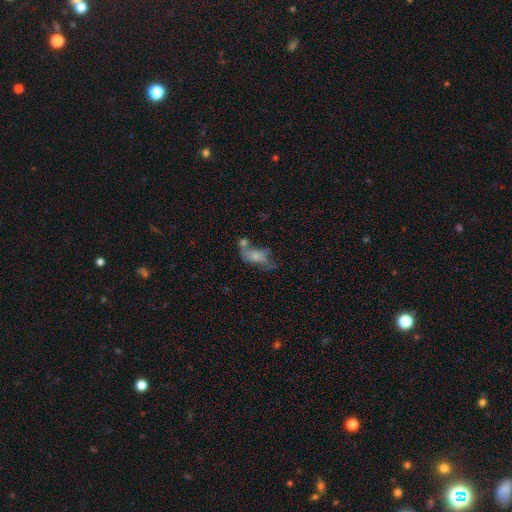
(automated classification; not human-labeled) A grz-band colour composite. It shows a smooth galaxy with no disk features (53%) that is in between round and cigar-shaped (84%). Merging: merger (34%).